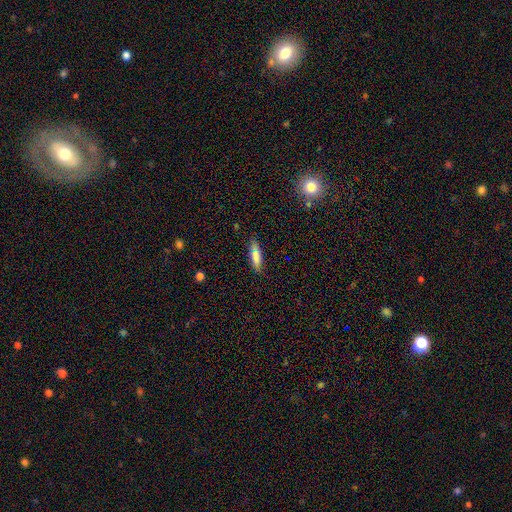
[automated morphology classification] smooth_or_featured: smooth (p=0.78) [alt: featured or disk p=0.13]
how_rounded: cigar-shaped (p=0.55) [alt: in between p=0.43]
merging: none (p=0.79) [alt: minor disturbance p=0.16]